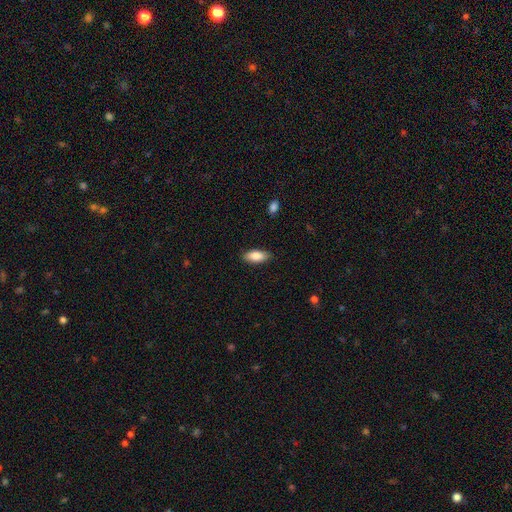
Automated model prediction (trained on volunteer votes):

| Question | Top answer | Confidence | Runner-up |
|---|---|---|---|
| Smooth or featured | smooth | 86% | featured or disk (8%) |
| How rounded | in between | 85% | cigar-shaped (13%) |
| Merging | none | 87% | minor disturbance (10%) |